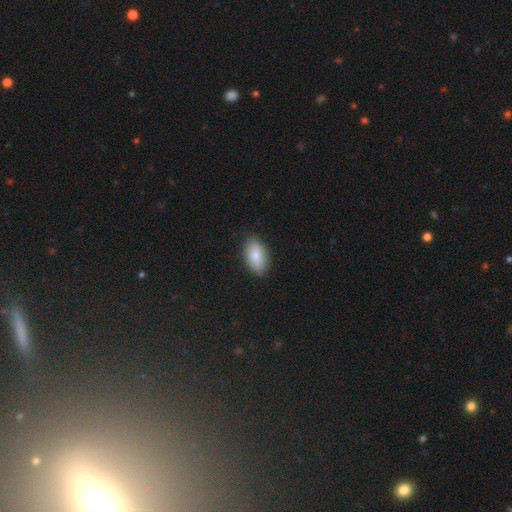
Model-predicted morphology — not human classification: Smooth or featured?
  - smooth: 82% *
  - featured or disk: 11%
  - star or artifact: 7%
How rounded?
  - in between: 93% *
  - round: 5%
  - cigar-shaped: 2%
Merging?
  - none: 86% *
  - minor disturbance: 11%
  - major disturbance: 2%
  - merger: 1%